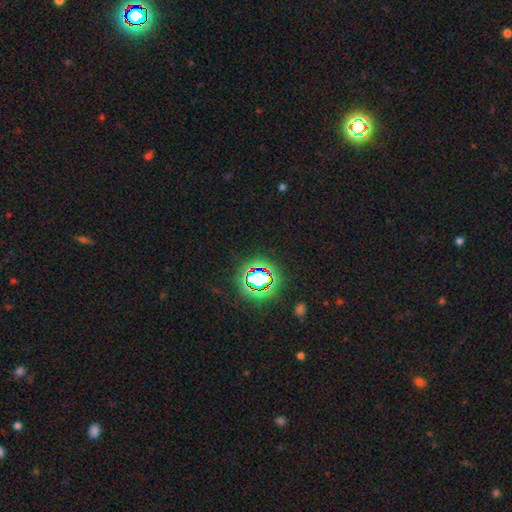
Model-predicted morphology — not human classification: smooth_or_featured: star or artifact (p=0.77) [alt: smooth p=0.16]